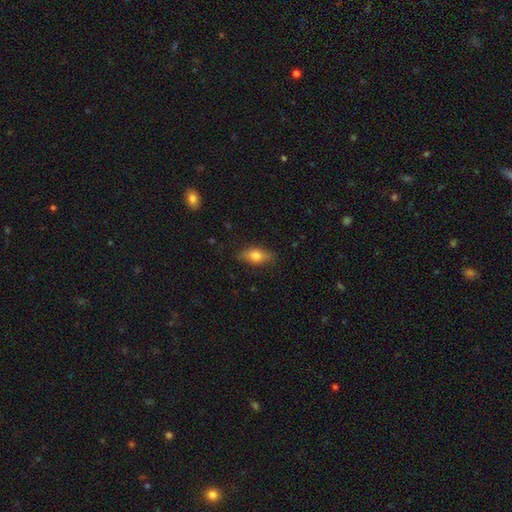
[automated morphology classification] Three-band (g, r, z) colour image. It shows a smooth galaxy with no disk features (70%) that is in between round and cigar-shaped (80%). Merging: none (79%).